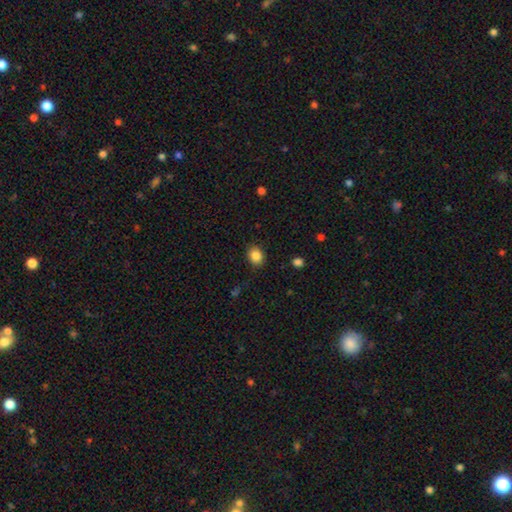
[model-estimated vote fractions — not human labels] smooth-or-featured: smooth: 86% | star or artifact: 9% | featured or disk: 4%
  how-rounded: in between: 51% | round: 48% | cigar-shaped: 1%
  merging: none: 86% | minor disturbance: 10% | major disturbance: 3% | merger: 1%